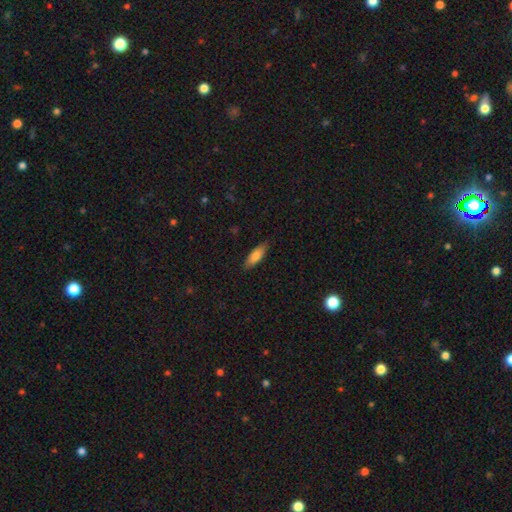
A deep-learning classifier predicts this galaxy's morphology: smooth_or_featured: smooth (p=0.80) [alt: featured or disk p=0.13]
how_rounded: in between (p=0.58) [alt: cigar-shaped p=0.40]
merging: none (p=0.85) [alt: minor disturbance p=0.11]